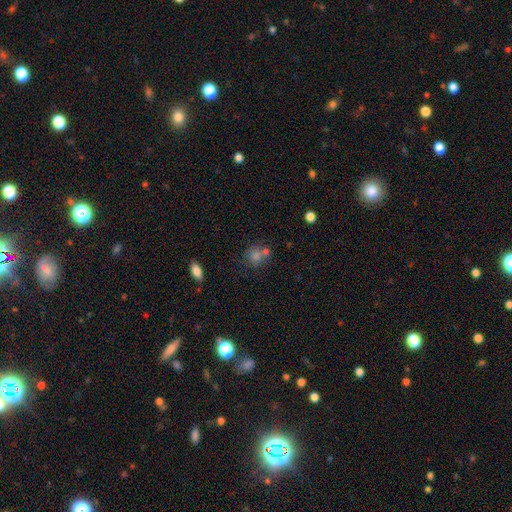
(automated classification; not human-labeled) smooth-or-featured: smooth: 69% | star or artifact: 19% | featured or disk: 12%
  how-rounded: round: 78% | in between: 21% | cigar-shaped: 1%
  merging: none: 59% | merger: 24% | minor disturbance: 12% | major disturbance: 5%